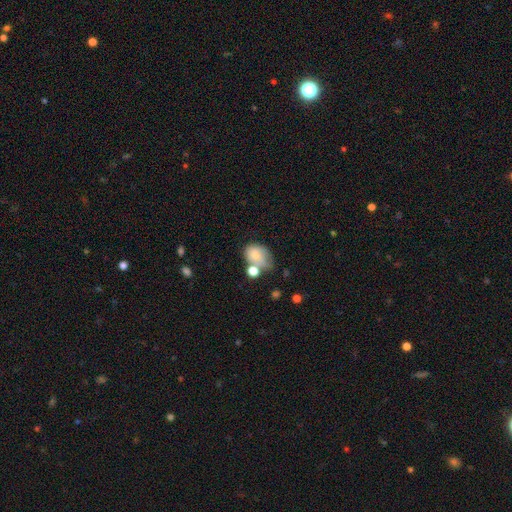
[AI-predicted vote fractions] Smooth or featured? smooth (73%)
How rounded? in between (65%)
Merging? none (31%)